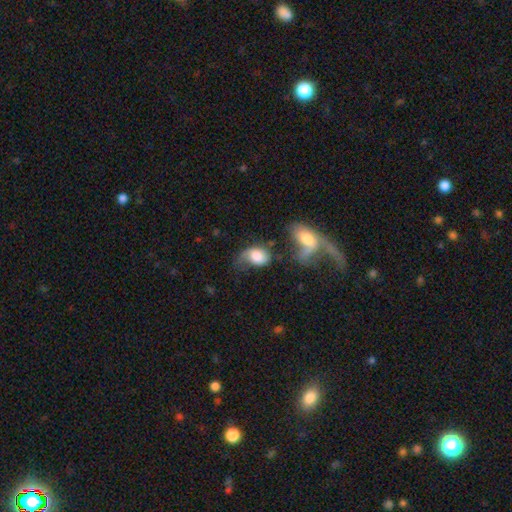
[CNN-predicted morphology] Smooth or featured? Predicted: smooth (p=0.67). How rounded? Predicted: in between (p=0.74). Merging? Predicted: major disturbance (p=0.31).